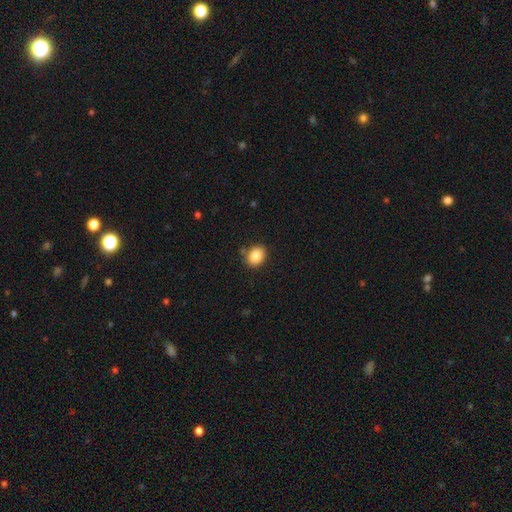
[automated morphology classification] smooth-or-featured: smooth: 86% | star or artifact: 9% | featured or disk: 6%
  how-rounded: in between: 51% | round: 48% | cigar-shaped: 1%
  merging: none: 81% | minor disturbance: 12% | merger: 3% | major disturbance: 3%